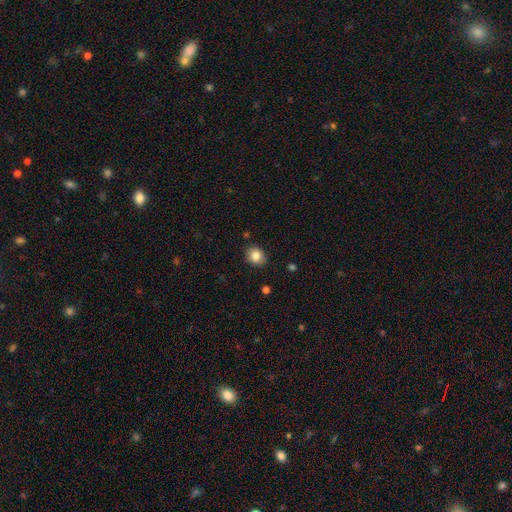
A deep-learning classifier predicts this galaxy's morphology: A smooth galaxy with no disk features (85%) that is round (66%). Merging: none (87%).